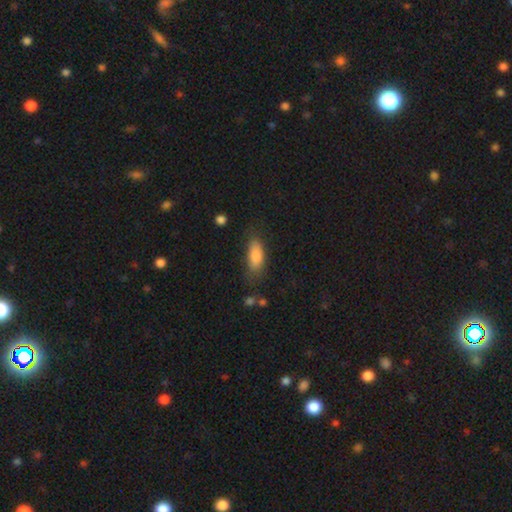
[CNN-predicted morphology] type=smooth (84%); roundness=in between (77%); merging=none (70%).